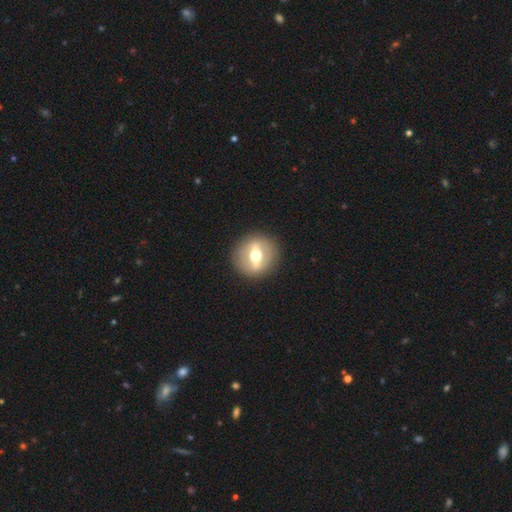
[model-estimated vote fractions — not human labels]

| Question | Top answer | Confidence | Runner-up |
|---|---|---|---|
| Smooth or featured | featured or disk | 66% | smooth (26%) |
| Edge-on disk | no | 63% | yes (37%) |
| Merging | none | 89% | minor disturbance (7%) |